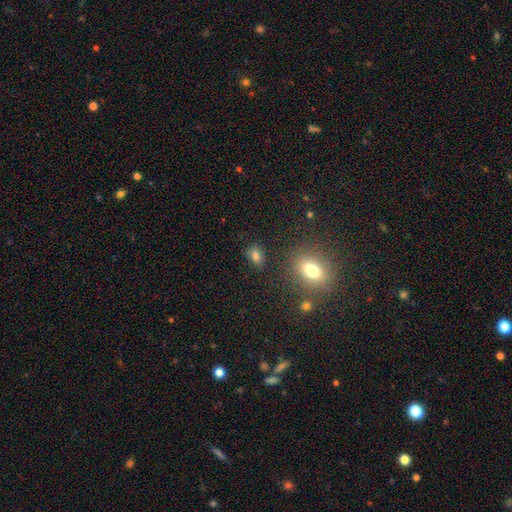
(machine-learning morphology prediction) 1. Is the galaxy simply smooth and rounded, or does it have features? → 78% smooth, 14% star or artifact, 8% featured or disk.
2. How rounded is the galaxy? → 73% in between, 24% round, 3% cigar-shaped.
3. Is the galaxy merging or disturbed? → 74% none, 15% minor disturbance, 6% merger, 5% major disturbance.